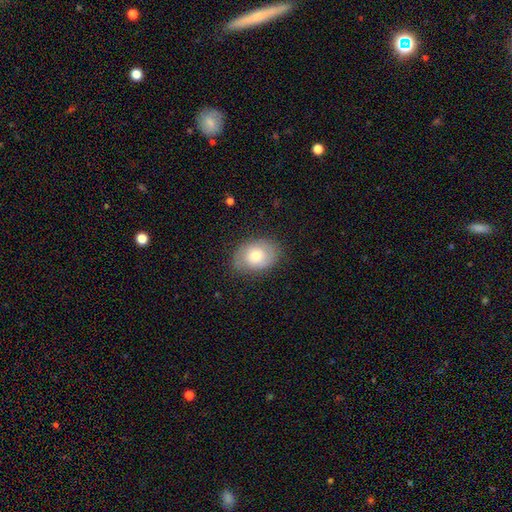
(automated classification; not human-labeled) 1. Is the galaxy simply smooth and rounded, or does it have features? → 67% smooth, 25% featured or disk, 8% star or artifact.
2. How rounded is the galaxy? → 71% in between, 28% round, 1% cigar-shaped.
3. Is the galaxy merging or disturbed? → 77% none, 17% minor disturbance, 4% major disturbance, 1% merger.